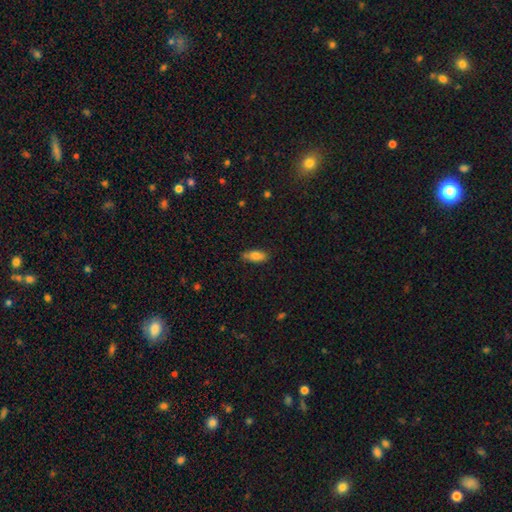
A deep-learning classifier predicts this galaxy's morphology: Overall: smooth (83%). How rounded: in between (81%). Merging: none (76%).